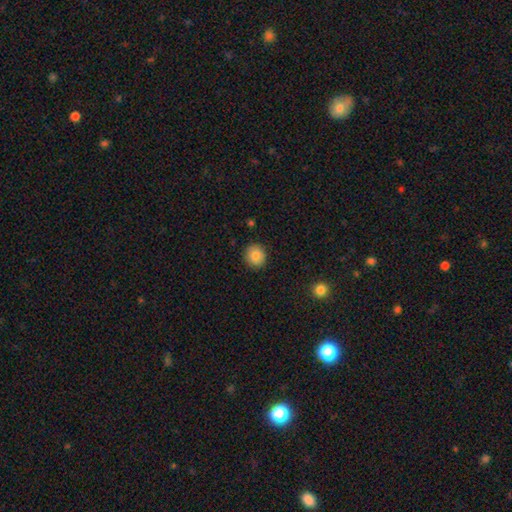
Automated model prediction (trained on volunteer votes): This is clearly a smooth galaxy (86%). How rounded: clearly round (86%). Merging: clearly none (90%).